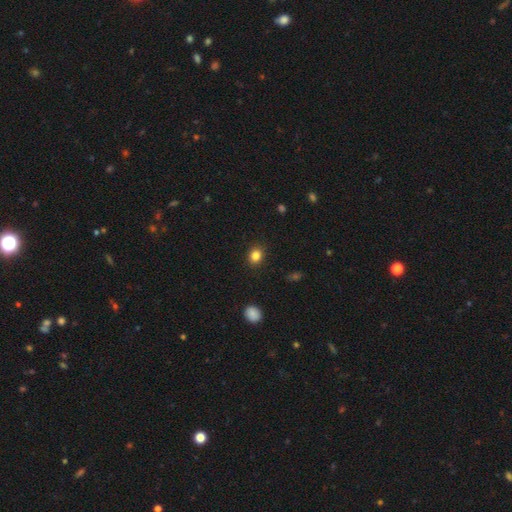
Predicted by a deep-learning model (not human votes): Smooth or featured?
  - smooth: 84% *
  - star or artifact: 11%
  - featured or disk: 5%
How rounded?
  - round: 62% *
  - in between: 37%
  - cigar-shaped: 1%
Merging?
  - none: 89% *
  - minor disturbance: 7%
  - major disturbance: 2%
  - merger: 1%